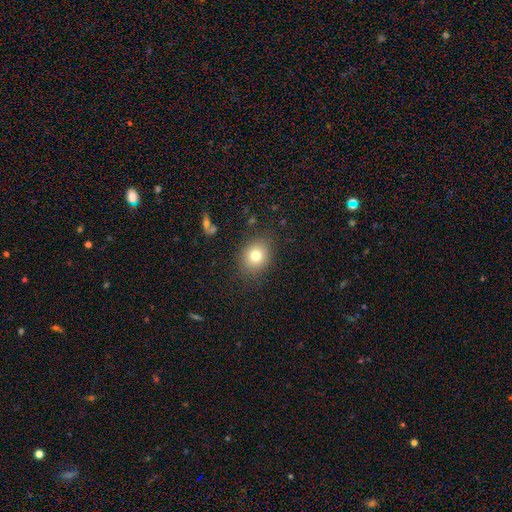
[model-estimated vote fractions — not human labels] Smooth or featured? smooth (77%)
How rounded? round (60%)
Merging? none (84%)